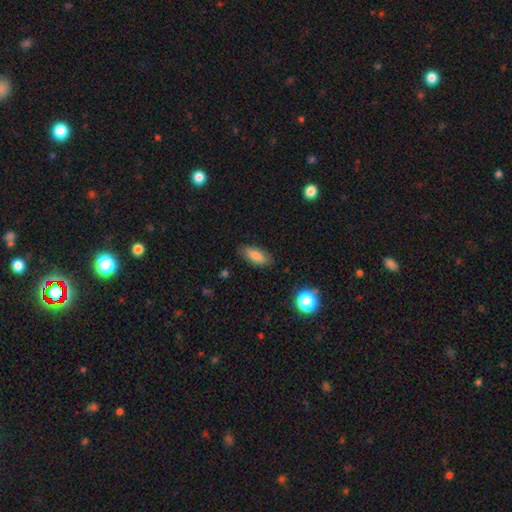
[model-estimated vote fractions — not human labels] A smooth galaxy with no disk features (79%) that is in between round and cigar-shaped (80%).

Vote fractions:
- Smooth or featured? smooth: 79% / featured or disk: 12% / star or artifact: 8%
- How rounded? in between: 80% / cigar-shaped: 17% / round: 3%
- Merging? none: 83% / minor disturbance: 13% / major disturbance: 3% / merger: 1%